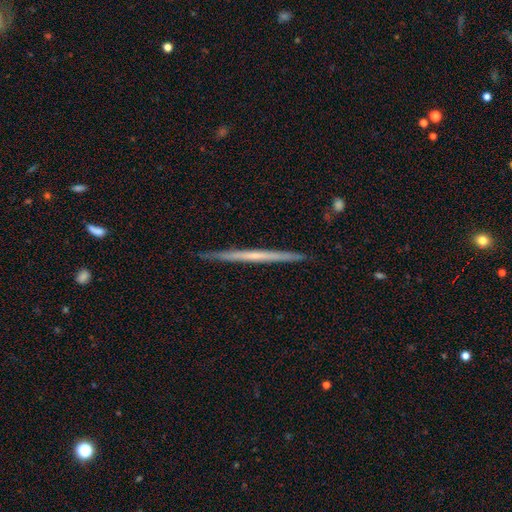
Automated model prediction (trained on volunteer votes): A featured or disk galaxy (63%) viewed edge-on (98%) with no central bulge (84%).

Vote fractions:
- Smooth or featured? featured or disk: 63% / smooth: 32% / star or artifact: 6%
- Edge-on disk? yes: 98% / no: 2%
- Edge-on bulge? none: 84% / rounded: 13% / boxy: 4%
- Merging? none: 91% / minor disturbance: 7% / major disturbance: 1% / merger: 1%